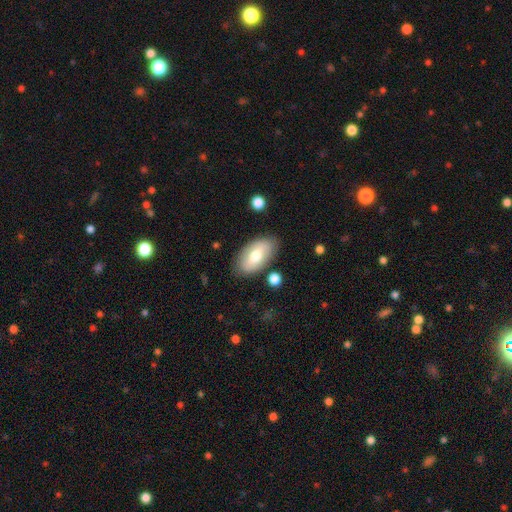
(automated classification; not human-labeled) Smooth or featured: smooth — 58% (featured or disk — 36%)
How rounded: in between — 93% (cigar-shaped — 4%)
Merging: none — 81% (minor disturbance — 13%)